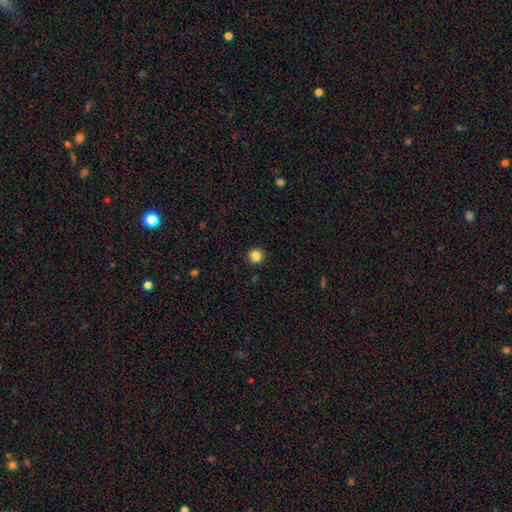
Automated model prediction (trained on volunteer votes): Overall: smooth (85%). How rounded: round (94%). Merging: none (92%).